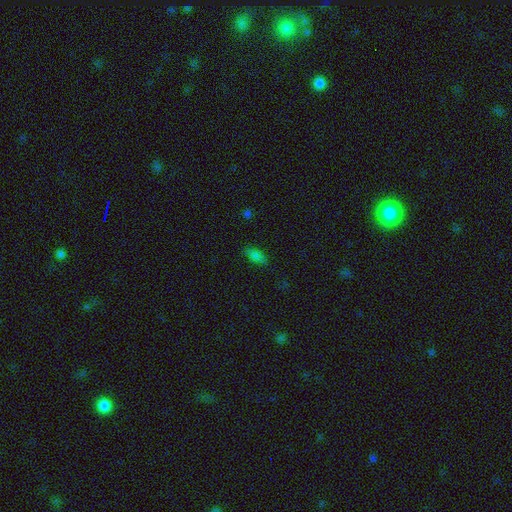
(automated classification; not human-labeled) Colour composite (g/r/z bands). It shows a smooth galaxy with no disk features (77%) that is in between round and cigar-shaped (82%). Merging: none (80%).